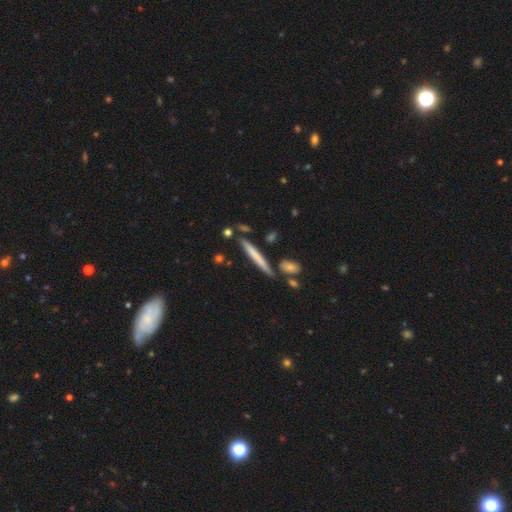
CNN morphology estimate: Smooth or featured? smooth (58%)
How rounded? cigar-shaped (95%)
Merging? none (79%)